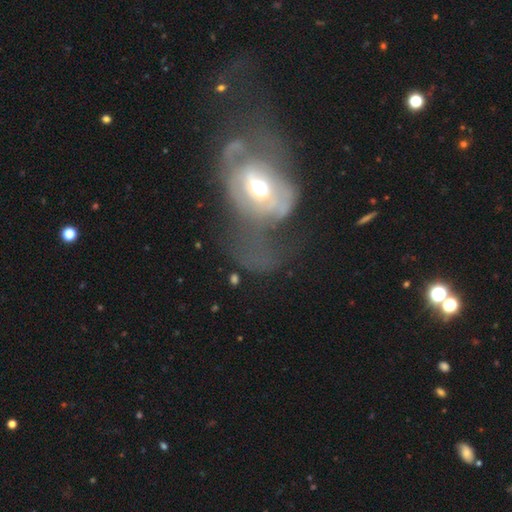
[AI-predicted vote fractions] smooth_or_featured: featured or disk (p=0.60) [alt: smooth p=0.27]
disk_edge_on: no (p=0.94) [alt: yes p=0.06]
bar: no (p=0.62) [alt: weak p=0.26]
has_spiral_arms: no (p=0.57) [alt: yes p=0.43]
bulge_size: moderate (p=0.70) [alt: small p=0.16]
merging: major disturbance (p=0.55) [alt: none p=0.19]